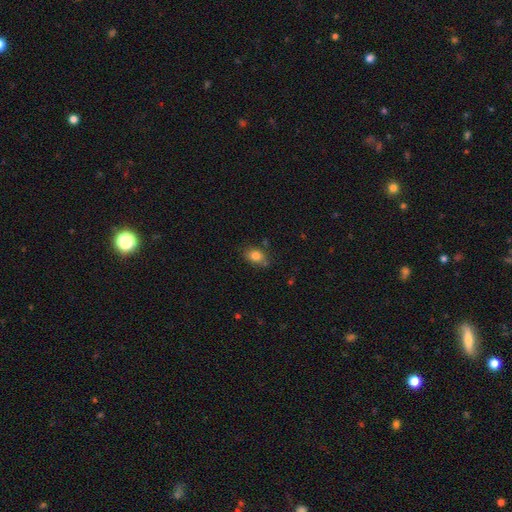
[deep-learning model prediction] Morphology: type=smooth (81%); roundness=in between (74%); merging=none (74%).